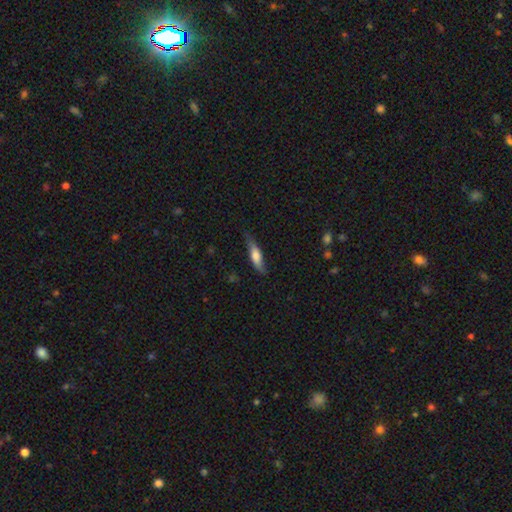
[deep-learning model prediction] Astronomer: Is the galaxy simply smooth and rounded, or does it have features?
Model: smooth — 56% (runner-up: featured or disk, 38%).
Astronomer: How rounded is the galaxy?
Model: cigar-shaped — 61%.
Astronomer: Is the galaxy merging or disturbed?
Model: none — 68%.